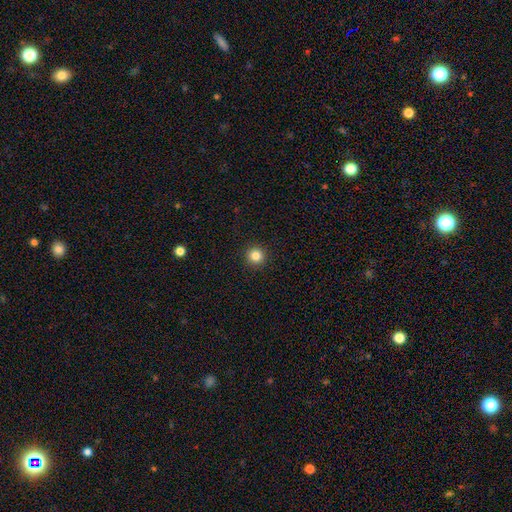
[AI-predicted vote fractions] smooth_or_featured: smooth (p=0.84) [alt: star or artifact p=0.11]
how_rounded: round (p=0.95) [alt: in between p=0.04]
merging: none (p=0.93) [alt: minor disturbance p=0.04]